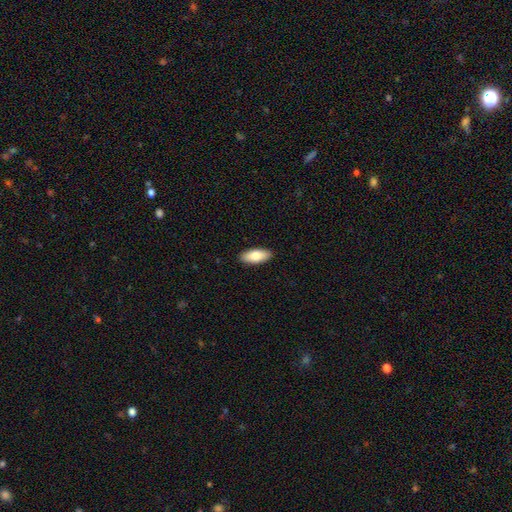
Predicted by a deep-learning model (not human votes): This is likely a smooth galaxy (80%). How rounded: clearly in between (83%). Merging: clearly none (91%).